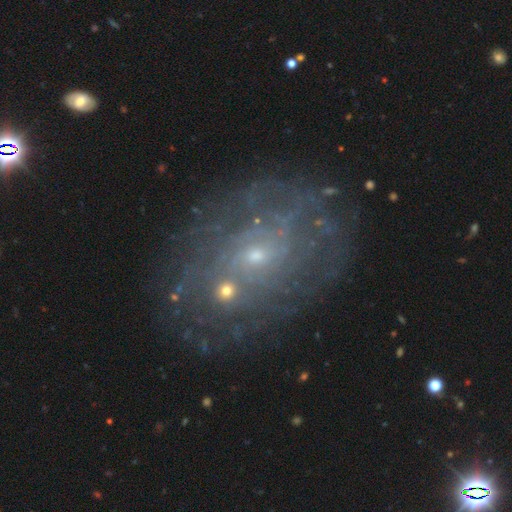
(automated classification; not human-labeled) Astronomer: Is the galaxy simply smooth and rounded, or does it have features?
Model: featured or disk — 68%.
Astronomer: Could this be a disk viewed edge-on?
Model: no — 96%.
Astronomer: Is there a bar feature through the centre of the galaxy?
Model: no — 73%.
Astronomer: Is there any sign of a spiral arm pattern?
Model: yes — 64%.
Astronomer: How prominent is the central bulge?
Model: small — 82%.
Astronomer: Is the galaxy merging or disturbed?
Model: none — 72%.